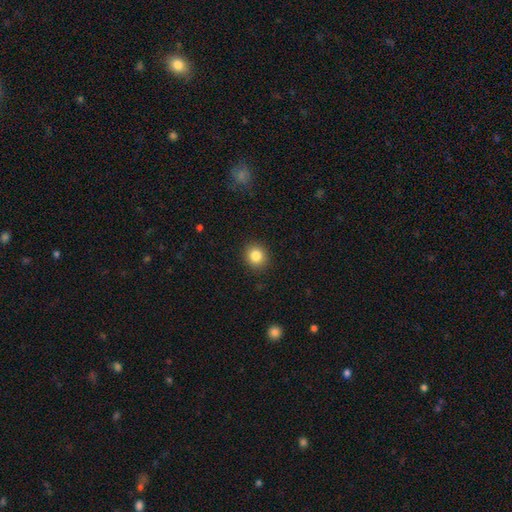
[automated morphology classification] Smooth or featured: smooth — 84% (star or artifact — 10%)
How rounded: round — 85% (in between — 14%)
Merging: none — 91% (minor disturbance — 6%)